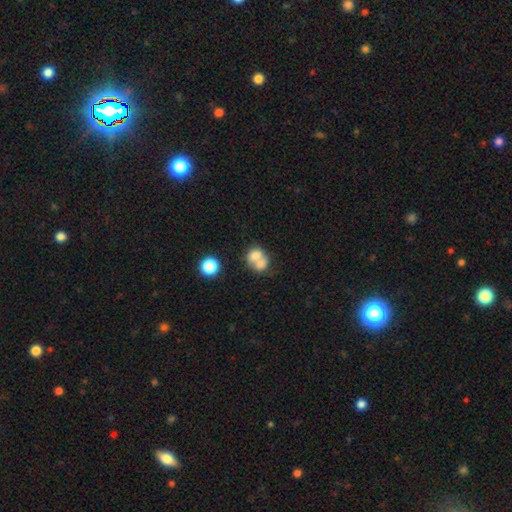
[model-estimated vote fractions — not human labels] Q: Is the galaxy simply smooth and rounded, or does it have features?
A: smooth — 68%.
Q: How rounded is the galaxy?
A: round — 51%.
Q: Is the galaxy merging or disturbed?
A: merger — 68%.